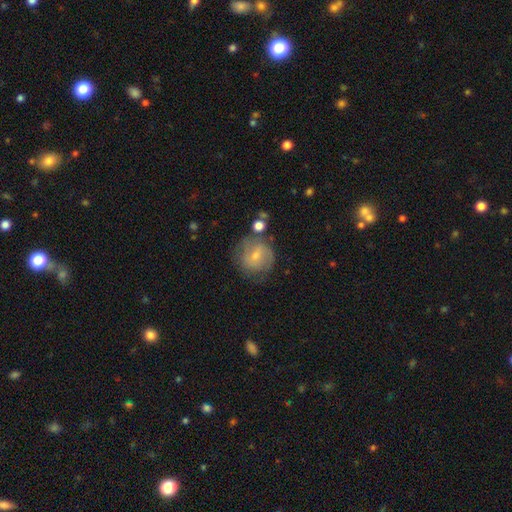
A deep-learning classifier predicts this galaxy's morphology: smooth_or_featured: smooth (p=0.51) [alt: featured or disk p=0.41]
how_rounded: round (p=0.84) [alt: in between p=0.15]
merging: none (p=0.59) [alt: minor disturbance p=0.21]